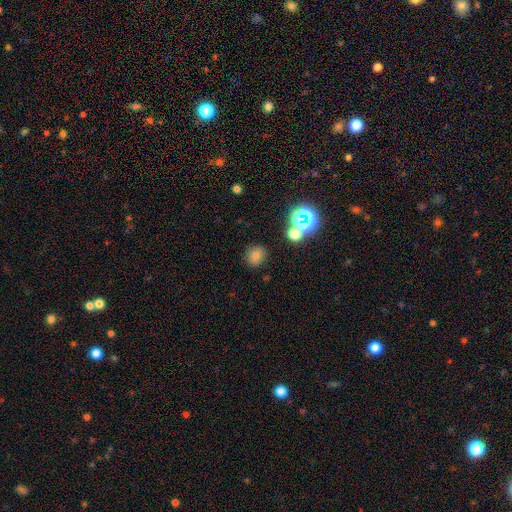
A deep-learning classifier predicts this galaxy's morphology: type=smooth (71%); roundness=round (84%); merging=none (84%).